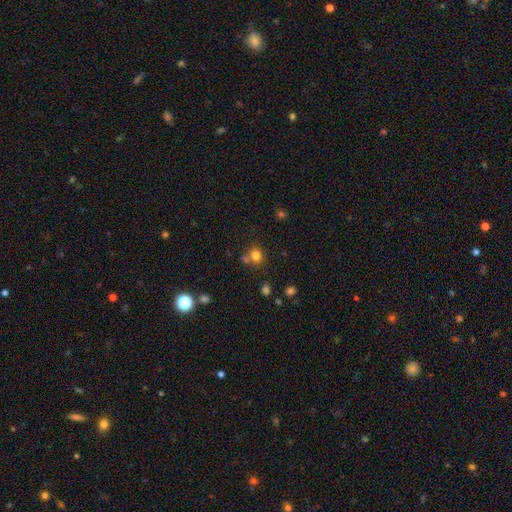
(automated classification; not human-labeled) Smooth or featured?
  - smooth: 78% *
  - star or artifact: 15%
  - featured or disk: 7%
How rounded?
  - round: 79% *
  - in between: 20%
  - cigar-shaped: 1%
Merging?
  - none: 63% *
  - merger: 21%
  - minor disturbance: 12%
  - major disturbance: 4%